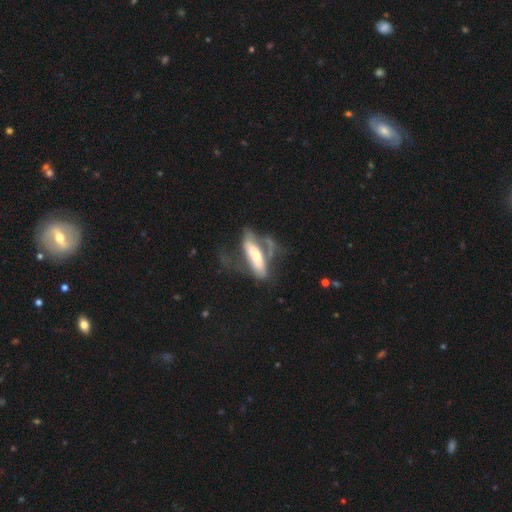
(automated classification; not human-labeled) Smooth or featured? featured or disk (51%)
Edge-on disk? no (69%)
Merging? major disturbance (47%)